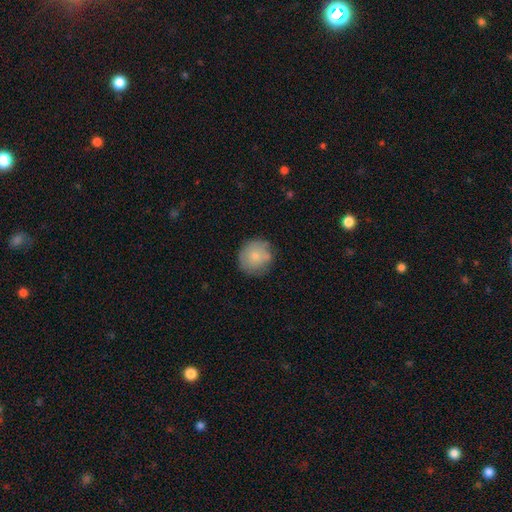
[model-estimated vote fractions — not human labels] Smooth or featured? Predicted: smooth (p=0.77). How rounded? Predicted: round (p=0.91). Merging? Predicted: none (p=0.72).